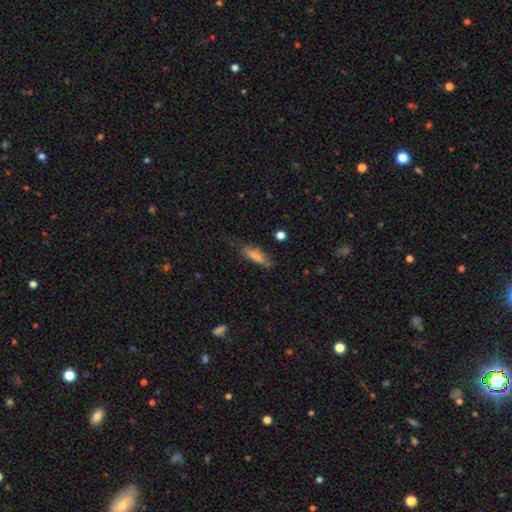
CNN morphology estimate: Smooth or featured: smooth — 67% (featured or disk — 23%)
How rounded: cigar-shaped — 69% (in between — 29%)
Merging: none — 73% (minor disturbance — 20%)